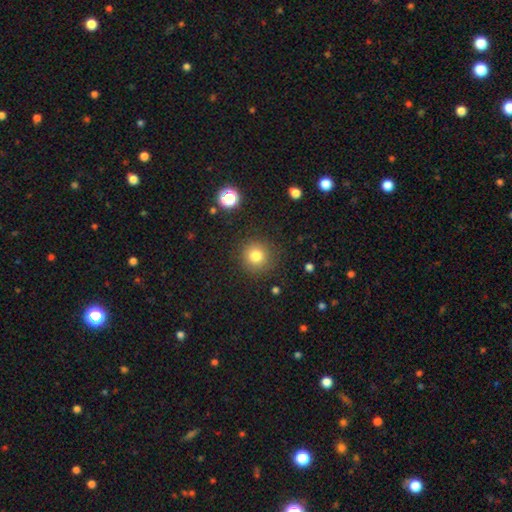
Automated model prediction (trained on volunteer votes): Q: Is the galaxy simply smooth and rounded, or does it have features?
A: smooth — 80%.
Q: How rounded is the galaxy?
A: round — 93%.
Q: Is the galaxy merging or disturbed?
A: none — 87%.